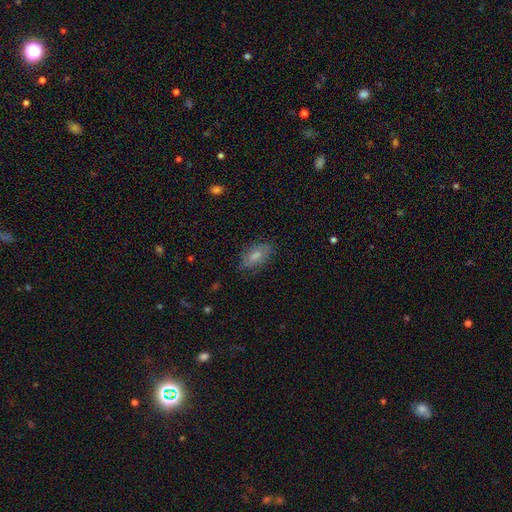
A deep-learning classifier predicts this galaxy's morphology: smooth 70%, featured or disk 21%, star or artifact 9%. Down the decision tree: how rounded — in between (87%); merging — none (73%).